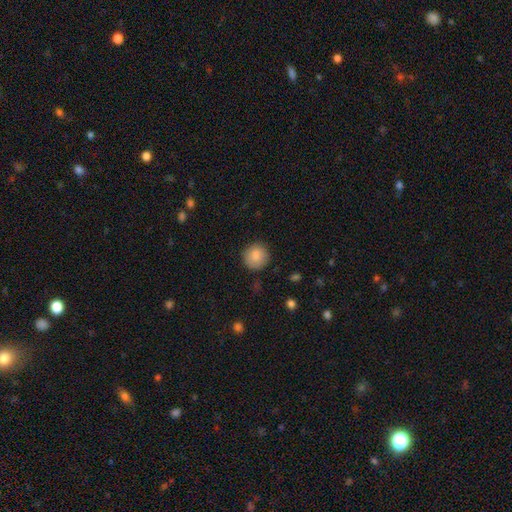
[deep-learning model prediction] This appears to be a smooth galaxy with no disk features (87%) that is round (93%). Merging: none (87%).